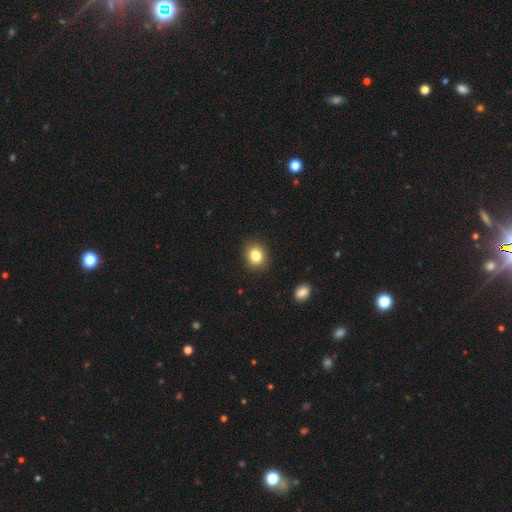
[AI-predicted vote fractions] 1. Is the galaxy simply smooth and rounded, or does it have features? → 83% smooth, 10% star or artifact, 7% featured or disk.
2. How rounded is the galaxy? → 66% round, 34% in between, 1% cigar-shaped.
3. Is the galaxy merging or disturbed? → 89% none, 8% minor disturbance, 2% major disturbance, 1% merger.